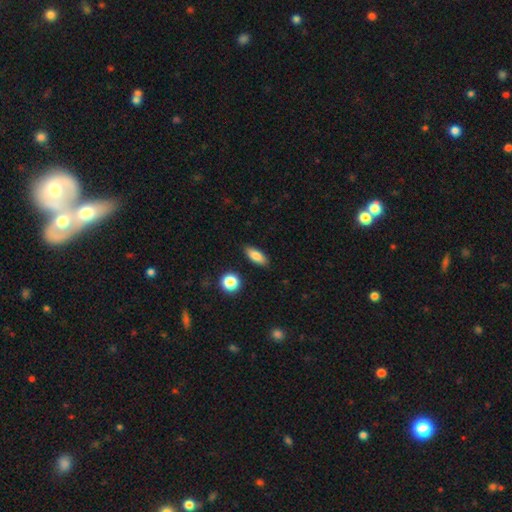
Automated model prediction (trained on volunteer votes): A smooth galaxy with no disk features (82%) that is in between round and cigar-shaped (74%).

Vote fractions:
- Smooth or featured? smooth: 82% / featured or disk: 9% / star or artifact: 8%
- How rounded? in between: 74% / cigar-shaped: 21% / round: 5%
- Merging? none: 88% / minor disturbance: 9% / major disturbance: 2% / merger: 2%